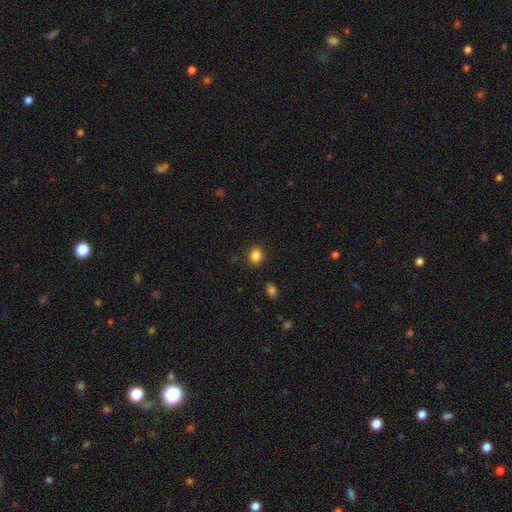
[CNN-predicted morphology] Smooth or featured: smooth — 85% (star or artifact — 10%)
How rounded: round — 50% (in between — 49%)
Merging: none — 85% (minor disturbance — 11%)